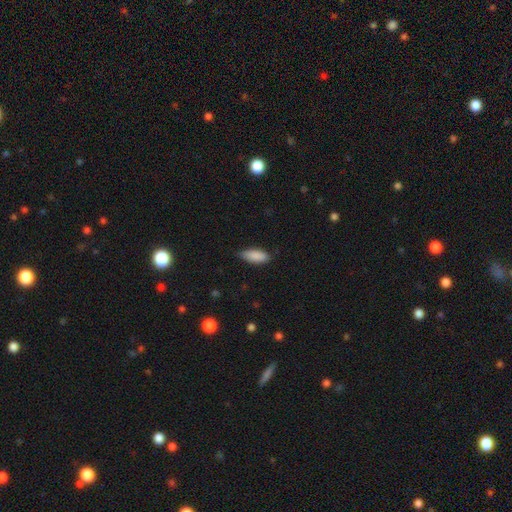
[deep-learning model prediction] smooth 88%, star or artifact 6%, featured or disk 6%. Down the decision tree: how rounded — in between (82%); merging — none (72%).